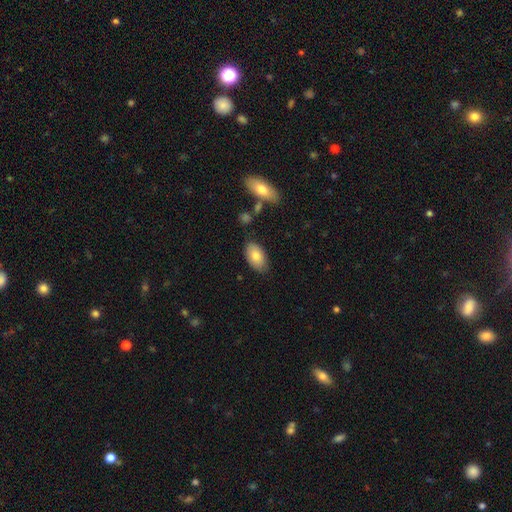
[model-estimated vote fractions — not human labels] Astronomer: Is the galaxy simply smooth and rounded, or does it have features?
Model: smooth — 81%.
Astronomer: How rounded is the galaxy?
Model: in between — 95%.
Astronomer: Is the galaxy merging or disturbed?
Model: none — 81%.